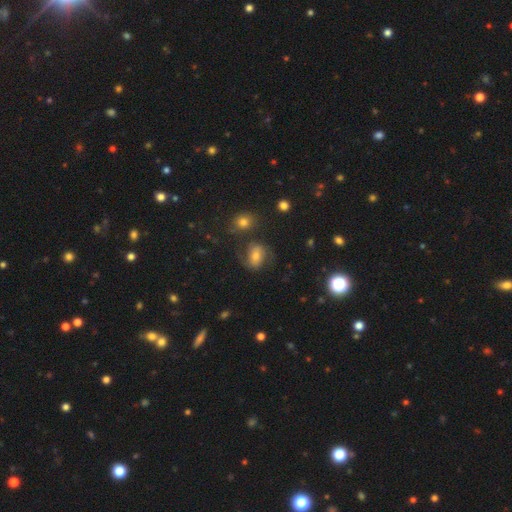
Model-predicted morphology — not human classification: A featured or disk galaxy (45%). Merging: none (64%).